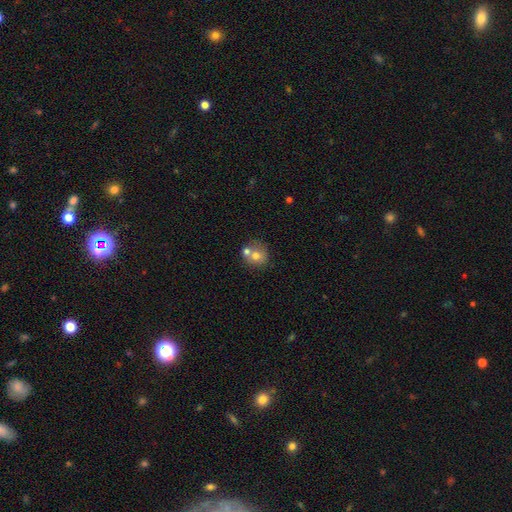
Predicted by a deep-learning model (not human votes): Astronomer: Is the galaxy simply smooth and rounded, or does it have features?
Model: smooth — 69%.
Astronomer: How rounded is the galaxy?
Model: round — 81%.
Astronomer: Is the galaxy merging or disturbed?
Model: merger — 45% (runner-up: none, 43%).